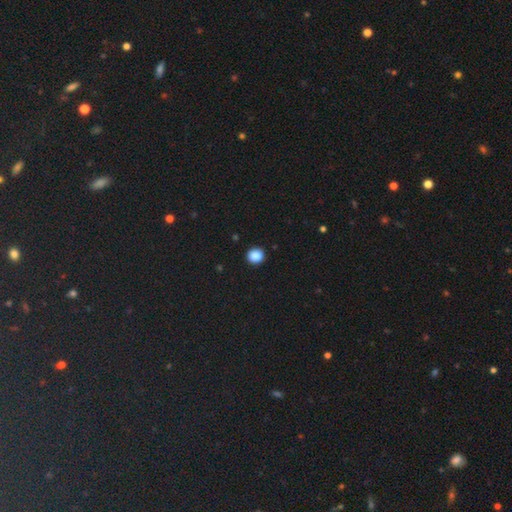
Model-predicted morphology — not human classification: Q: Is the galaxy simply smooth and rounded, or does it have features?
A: smooth — 87%.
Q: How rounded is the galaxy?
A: round — 82%.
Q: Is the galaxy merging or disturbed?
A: none — 91%.